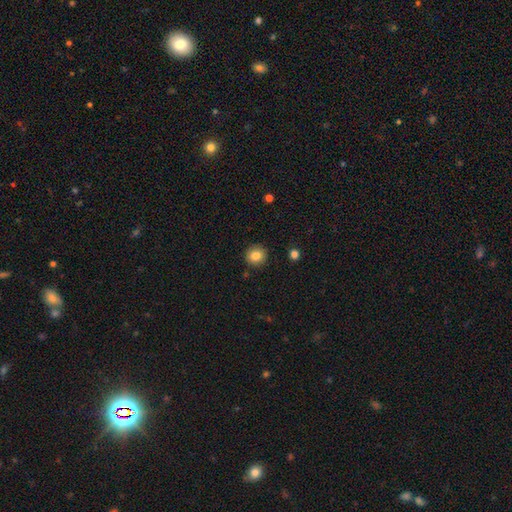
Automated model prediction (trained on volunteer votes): The model was most divided on "smooth or featured": smooth: 85%, star or artifact: 10%, featured or disk: 5%. More confident: merging — none (90%); how rounded — round (89%).